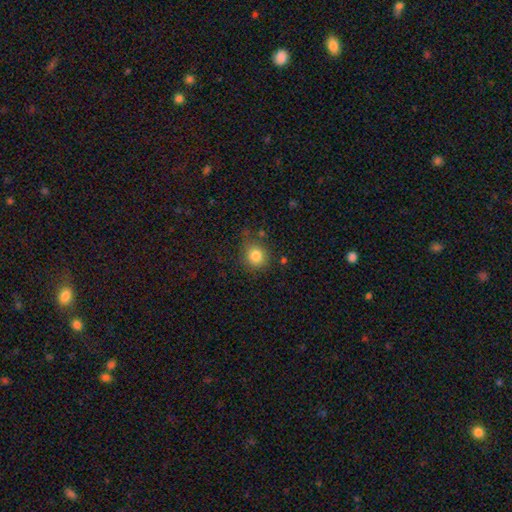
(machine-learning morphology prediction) Overall: smooth (82%). How rounded: round (86%). Merging: none (78%).